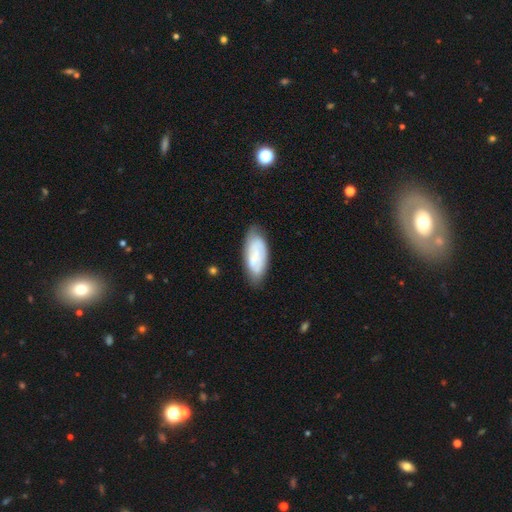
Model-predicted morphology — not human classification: smooth-or-featured: smooth: 54% | featured or disk: 39% | star or artifact: 7%
  how-rounded: in between: 85% | cigar-shaped: 13% | round: 2%
  merging: none: 73% | minor disturbance: 20% | major disturbance: 5% | merger: 2%